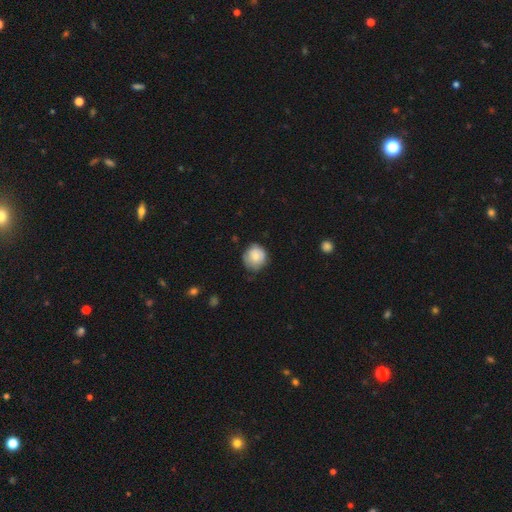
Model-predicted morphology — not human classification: Q: Smooth or featured?
A: smooth (77%); runner-up: featured or disk (16%)
Q: How rounded?
A: round (87%); runner-up: in between (12%)
Q: Merging?
A: none (66%); runner-up: minor disturbance (28%)